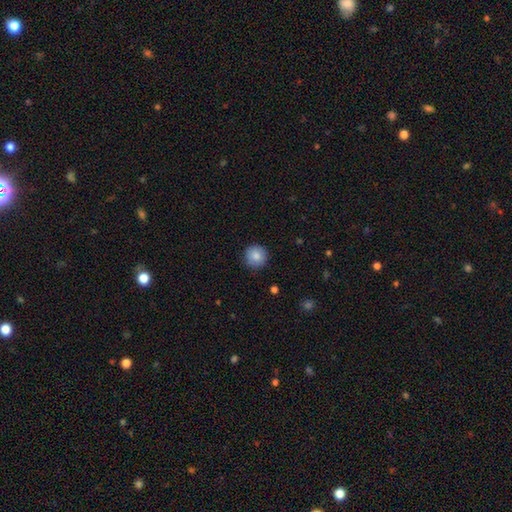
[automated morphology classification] The model was most divided on "smooth or featured": smooth: 86%, star or artifact: 8%, featured or disk: 6%. More confident: how rounded — round (95%); merging — none (91%).